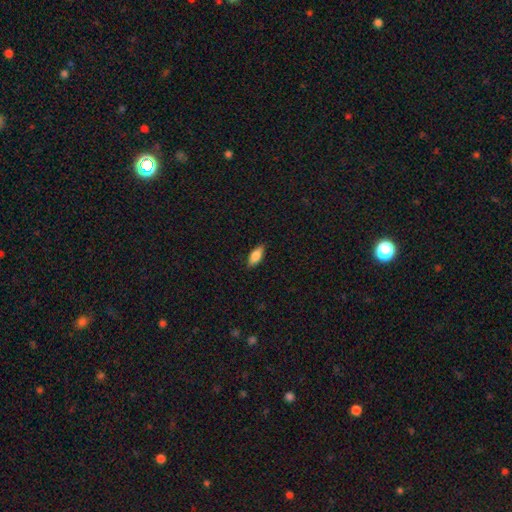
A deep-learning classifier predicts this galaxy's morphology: type=smooth (80%); roundness=in between (79%); merging=none (86%).